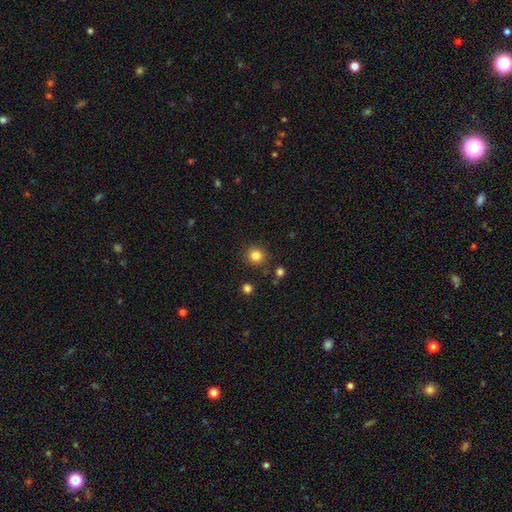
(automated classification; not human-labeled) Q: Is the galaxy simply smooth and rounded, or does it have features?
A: smooth — 84%.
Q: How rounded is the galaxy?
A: round — 91%.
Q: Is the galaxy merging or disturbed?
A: none — 87%.